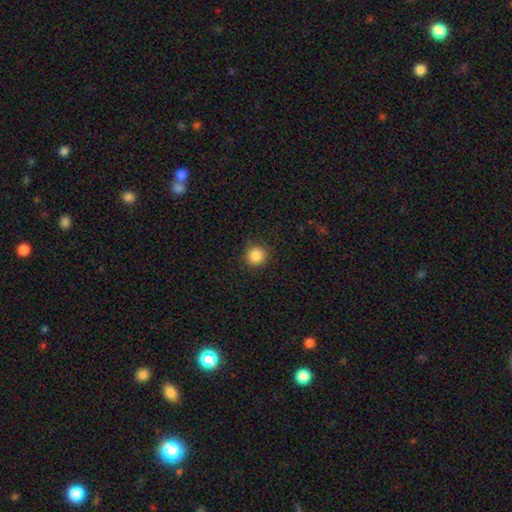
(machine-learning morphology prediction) This appears to be a smooth galaxy with no disk features (86%) that is round (94%). Merging: none (90%).